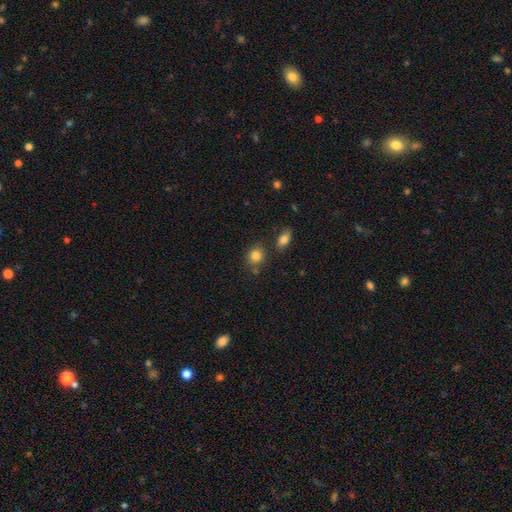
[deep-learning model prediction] Q: Smooth or featured?
A: smooth (83%); runner-up: star or artifact (10%)
Q: How rounded?
A: round (76%); runner-up: in between (23%)
Q: Merging?
A: none (74%); runner-up: minor disturbance (13%)